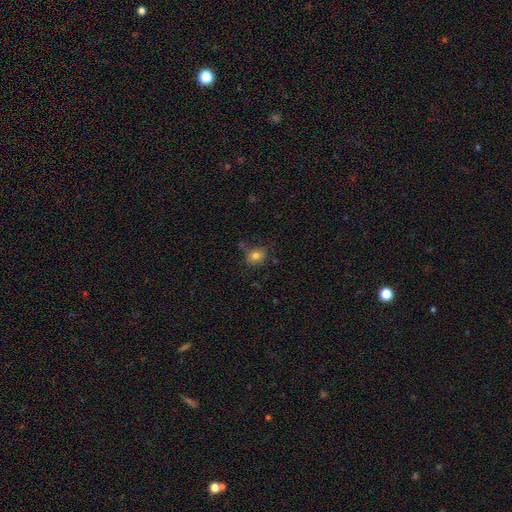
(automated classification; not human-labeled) Smooth or featured: smooth — 80% (star or artifact — 12%)
How rounded: round — 67% (in between — 32%)
Merging: none — 74% (minor disturbance — 16%)